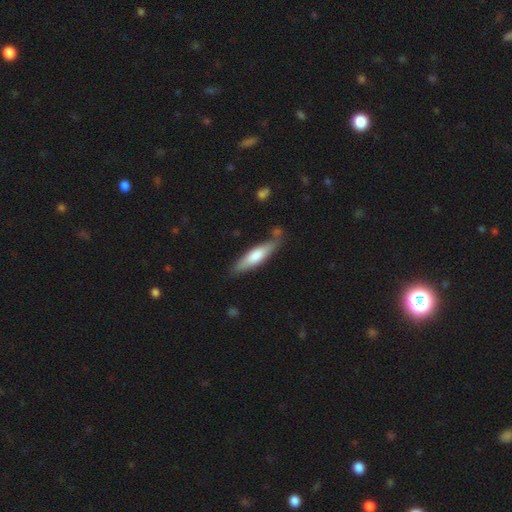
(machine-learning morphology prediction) type=smooth (64%); roundness=cigar-shaped (74%); merging=none (74%).